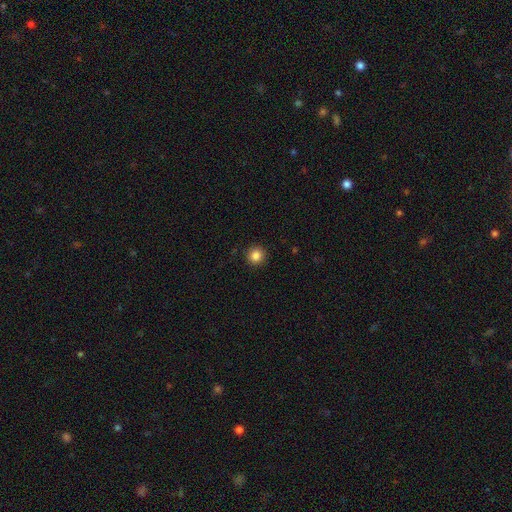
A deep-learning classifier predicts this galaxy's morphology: Smooth or featured: smooth — 85% (star or artifact — 11%)
How rounded: round — 94% (in between — 5%)
Merging: none — 92% (minor disturbance — 5%)